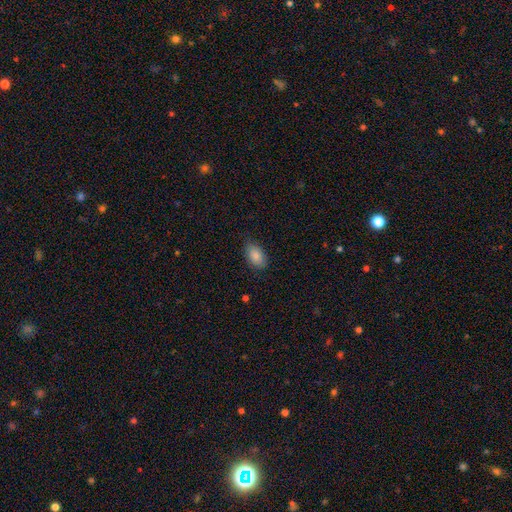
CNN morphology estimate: The model was most divided on "merging": none: 78%, minor disturbance: 18%, major disturbance: 3%, merger: 1%. More confident: how rounded — in between (92%); smooth or featured — smooth (86%).